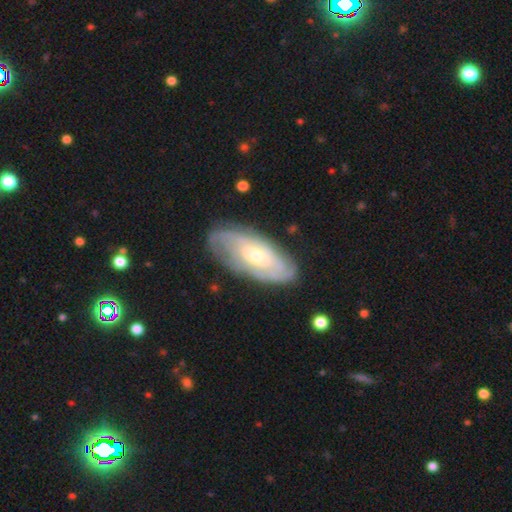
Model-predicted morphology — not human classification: A featured or disk galaxy (73%) with no bar (49%), tight (65%) spiral arms (85%) and a moderate central bulge (47%, tied with small). Merging: none (77%).